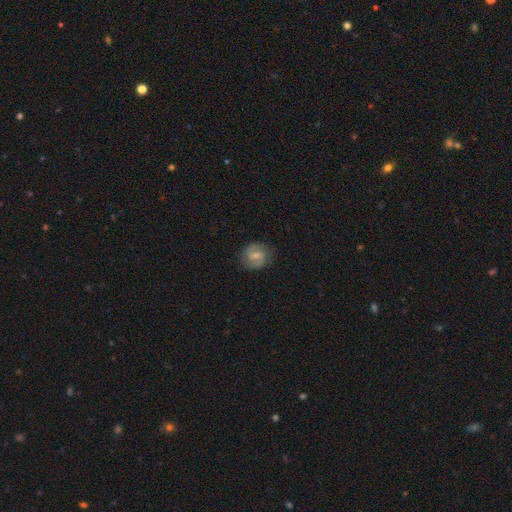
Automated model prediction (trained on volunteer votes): This appears to be a featured or disk galaxy (66%) with a weak bar (50%), 2 (87%) medium (48%) spiral arms (91%) and a moderate central bulge (53%). Merging: none (81%).